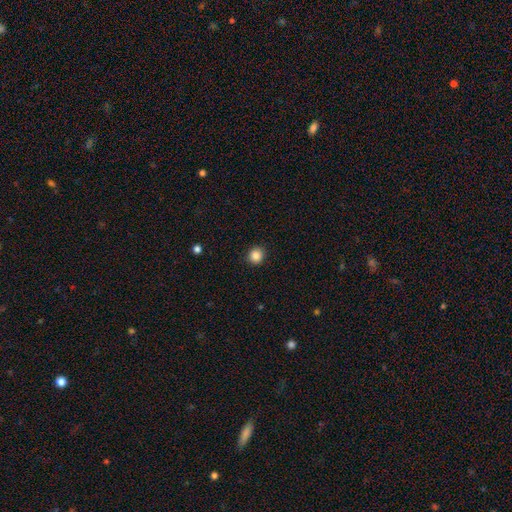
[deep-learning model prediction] smooth_or_featured: smooth (p=0.86) [alt: star or artifact p=0.10]
how_rounded: round (p=0.90) [alt: in between p=0.09]
merging: none (p=0.92) [alt: minor disturbance p=0.06]